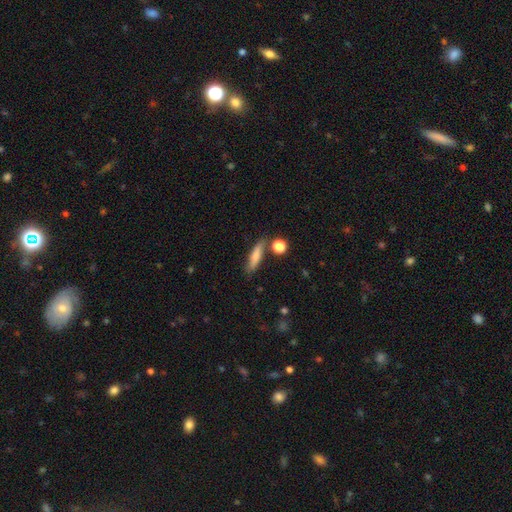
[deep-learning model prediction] Smooth or featured? smooth (72%)
How rounded? cigar-shaped (75%)
Merging? none (72%)